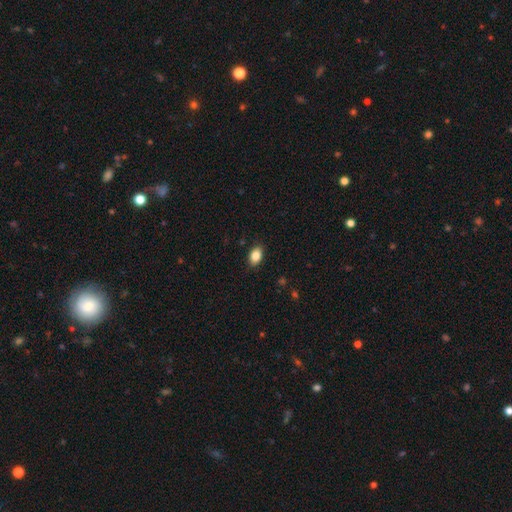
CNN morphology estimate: This is clearly a smooth galaxy (86%). How rounded: clearly in between (86%). Merging: clearly none (88%).